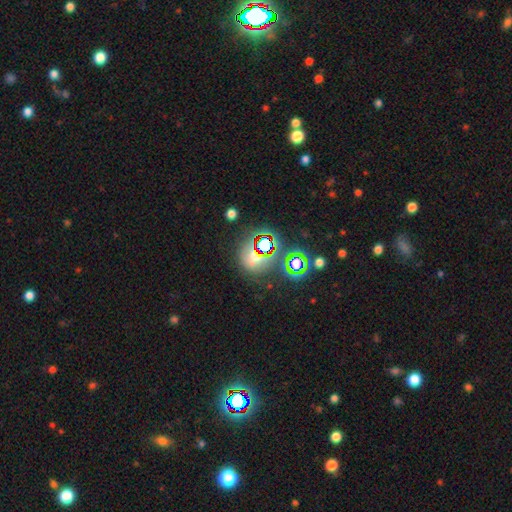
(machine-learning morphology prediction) The model was most divided on "smooth or featured": star or artifact: 57%, smooth: 29%, featured or disk: 14%.